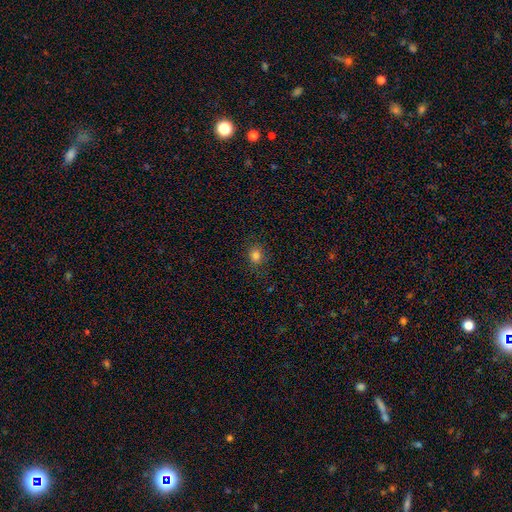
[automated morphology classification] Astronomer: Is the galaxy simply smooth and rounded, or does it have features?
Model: smooth — 82%.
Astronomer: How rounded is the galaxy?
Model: round — 73%.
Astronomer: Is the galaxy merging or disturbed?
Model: none — 87%.